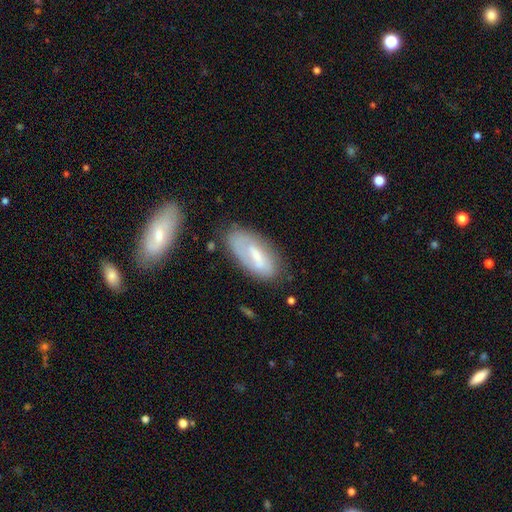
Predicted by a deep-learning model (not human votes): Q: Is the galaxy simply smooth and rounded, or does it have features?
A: smooth — 49%.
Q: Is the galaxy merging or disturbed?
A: none — 64%.